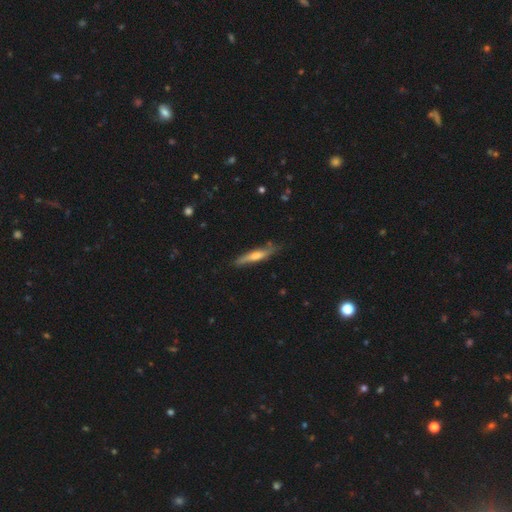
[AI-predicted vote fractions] Smooth or featured: featured or disk — 52% (smooth — 43%)
Edge-on disk: yes — 88% (no — 12%)
Merging: none — 77% (minor disturbance — 18%)